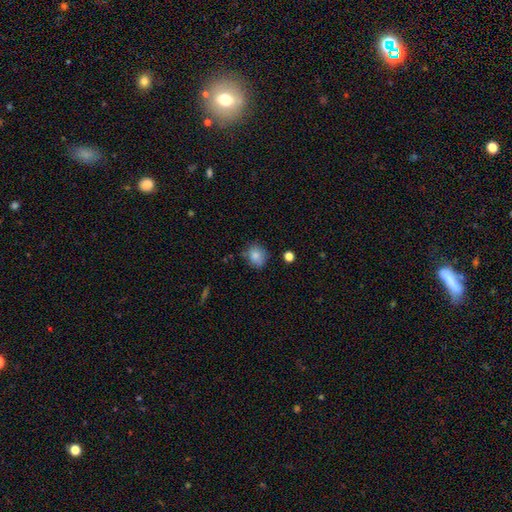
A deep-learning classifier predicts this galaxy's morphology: Smooth or featured? smooth (83%)
How rounded? round (63%)
Merging? none (72%)